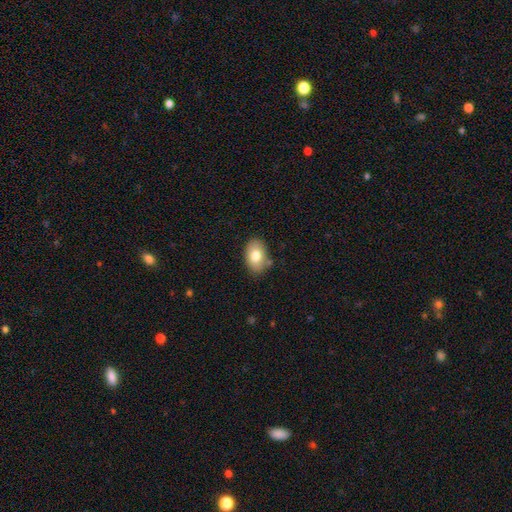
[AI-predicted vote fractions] The model was most divided on "smooth or featured": smooth: 77%, featured or disk: 15%, star or artifact: 8%. More confident: how rounded — in between (85%); merging — none (79%).